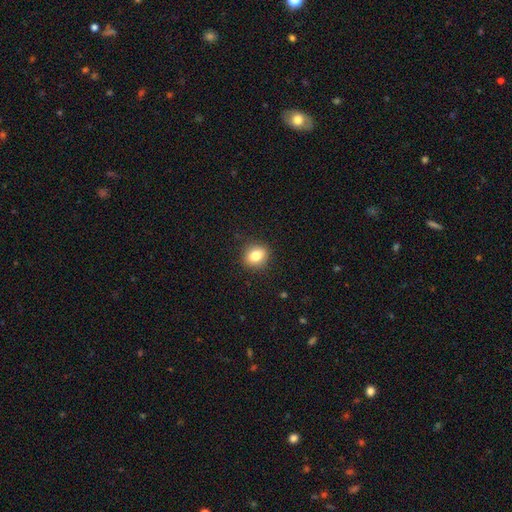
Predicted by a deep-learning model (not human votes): smooth-or-featured: smooth: 81% | star or artifact: 10% | featured or disk: 9%
  how-rounded: round: 69% | in between: 30% | cigar-shaped: 1%
  merging: none: 89% | minor disturbance: 8% | major disturbance: 2% | merger: 1%